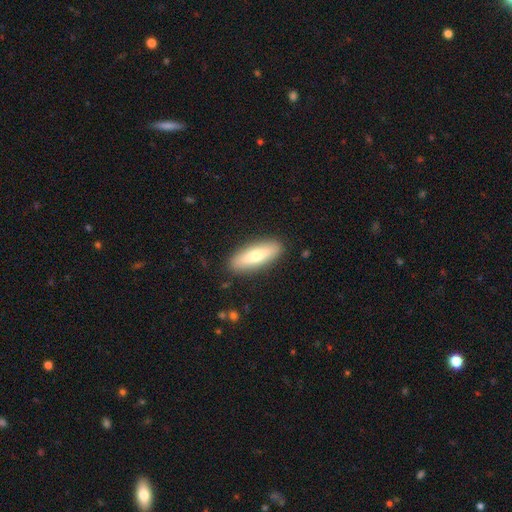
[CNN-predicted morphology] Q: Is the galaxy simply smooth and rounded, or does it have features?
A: smooth — 65%.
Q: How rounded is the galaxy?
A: in between — 50%.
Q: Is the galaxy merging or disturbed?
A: none — 89%.